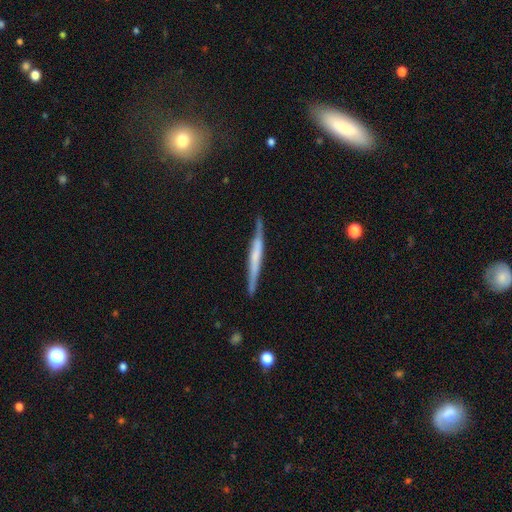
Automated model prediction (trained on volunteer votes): smooth-or-featured: featured or disk: 61% | smooth: 33% | star or artifact: 6%
  disk-edge-on: yes: 96% | no: 4%
    edge-on-bulge: none: 52% | rounded: 24% | boxy: 24%
  merging: none: 82% | minor disturbance: 14% | major disturbance: 2% | merger: 2%